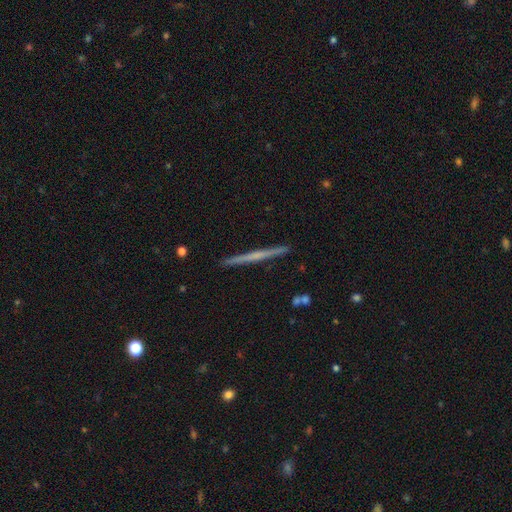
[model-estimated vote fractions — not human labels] This appears to be a featured or disk galaxy (65%) viewed edge-on (98%) with no central bulge (69%). Merging: none (93%).